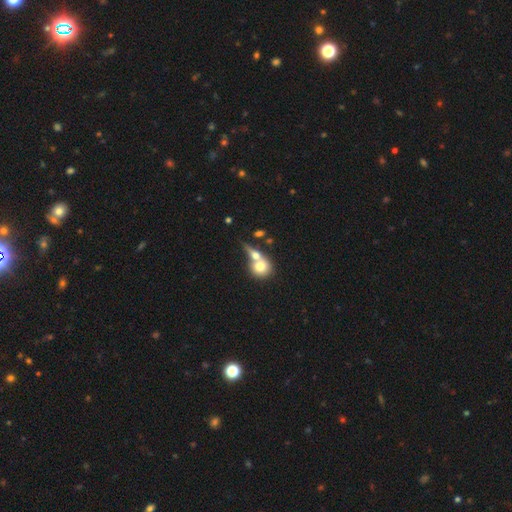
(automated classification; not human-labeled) Smooth or featured: smooth — 67% (featured or disk — 24%)
How rounded: round — 67% (in between — 27%)
Merging: merger — 62% (none — 25%)